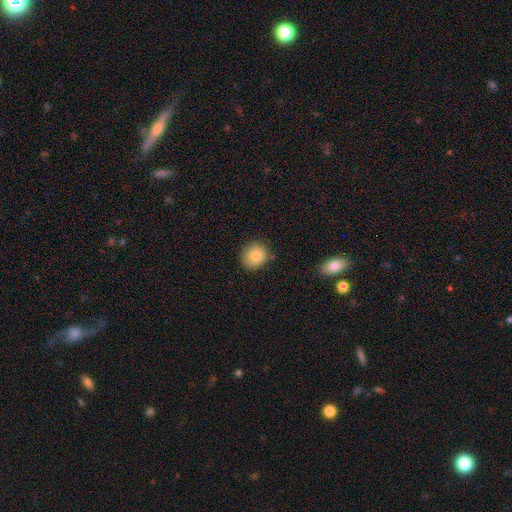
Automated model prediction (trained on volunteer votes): Q: Smooth or featured?
A: smooth (80%); runner-up: featured or disk (11%)
Q: How rounded?
A: round (84%); runner-up: in between (15%)
Q: Merging?
A: none (81%); runner-up: minor disturbance (13%)